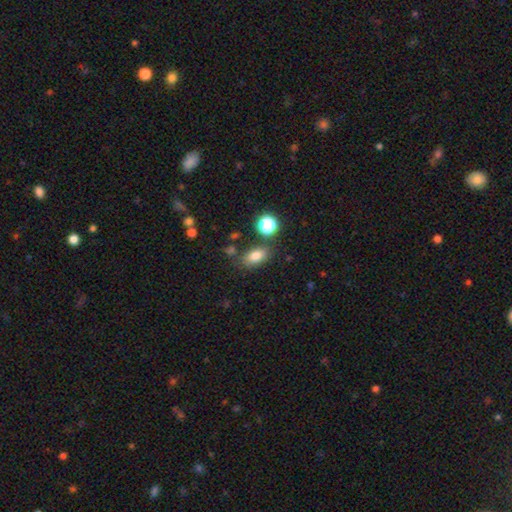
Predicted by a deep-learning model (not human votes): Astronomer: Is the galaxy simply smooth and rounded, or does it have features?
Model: smooth — 78%.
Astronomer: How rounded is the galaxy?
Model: in between — 83%.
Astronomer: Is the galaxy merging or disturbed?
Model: none — 75%.